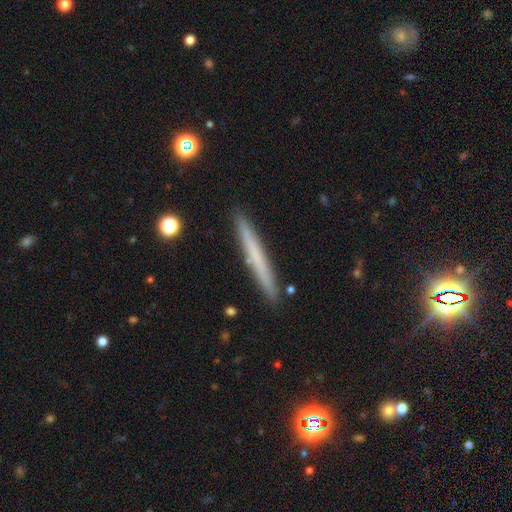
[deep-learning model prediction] Smooth or featured? smooth (57%)
How rounded? cigar-shaped (97%)
Merging? none (91%)